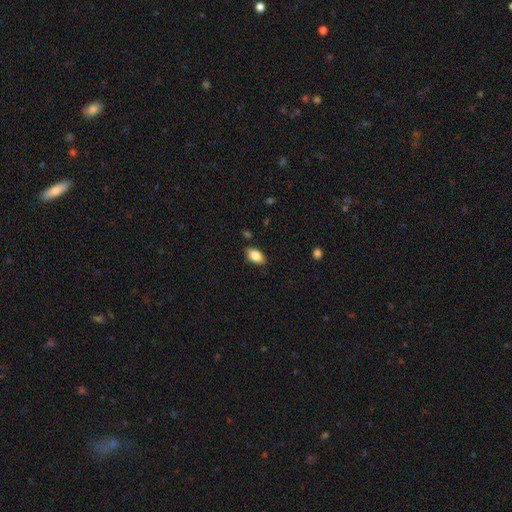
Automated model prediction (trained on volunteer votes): Smooth or featured: smooth — 84% (featured or disk — 8%)
How rounded: in between — 91% (round — 6%)
Merging: none — 84% (minor disturbance — 12%)